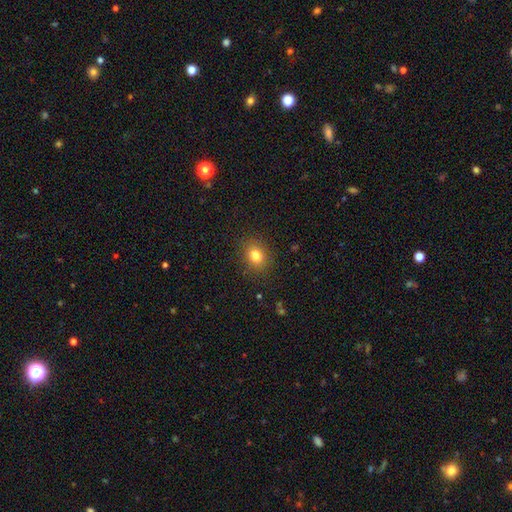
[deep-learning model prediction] A smooth galaxy with no disk features (80%) that is round (55%). Merging: none (87%).